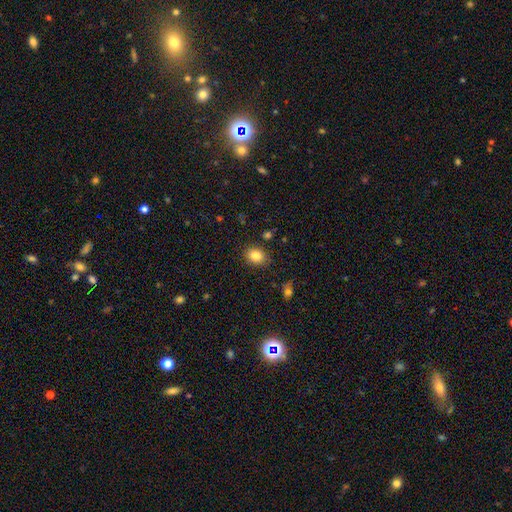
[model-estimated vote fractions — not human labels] Smooth or featured? Predicted: smooth (p=0.84). How rounded? Predicted: in between (p=0.57). Merging? Predicted: none (p=0.84).